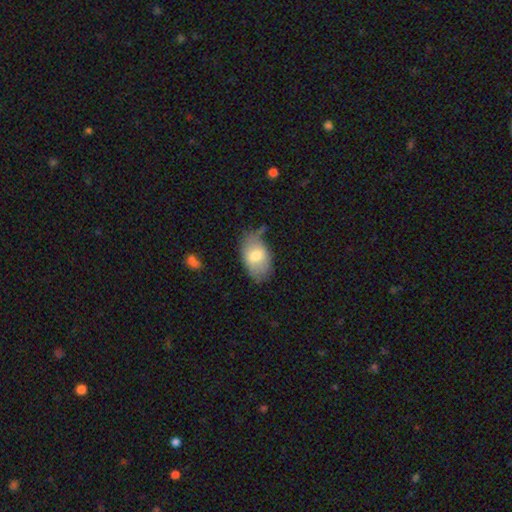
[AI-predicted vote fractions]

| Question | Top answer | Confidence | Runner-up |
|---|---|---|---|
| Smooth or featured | smooth | 70% | featured or disk (23%) |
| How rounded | in between | 91% | round (7%) |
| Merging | none | 56% | minor disturbance (30%) |